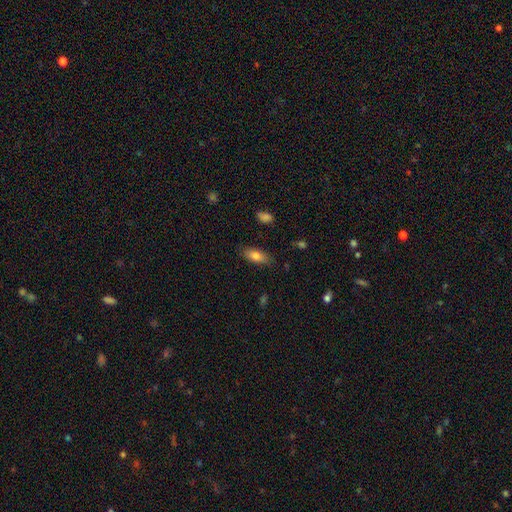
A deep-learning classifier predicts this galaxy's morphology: A smooth galaxy with no disk features (80%) that is in between round and cigar-shaped (79%). Merging: none (83%).